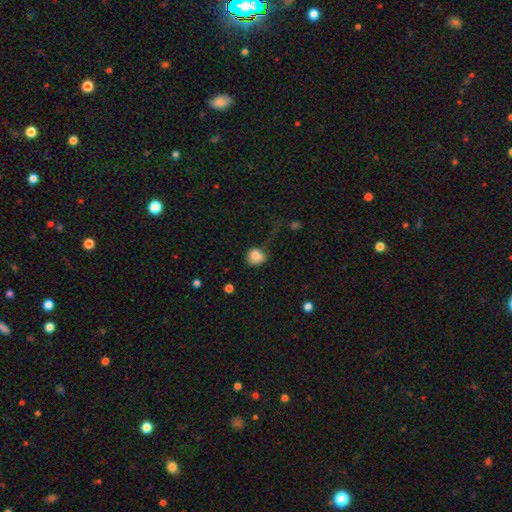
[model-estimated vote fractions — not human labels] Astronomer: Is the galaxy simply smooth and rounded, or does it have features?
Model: smooth — 82%.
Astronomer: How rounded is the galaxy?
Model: round — 74%.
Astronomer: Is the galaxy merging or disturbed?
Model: none — 50% (runner-up: minor disturbance, 27%).